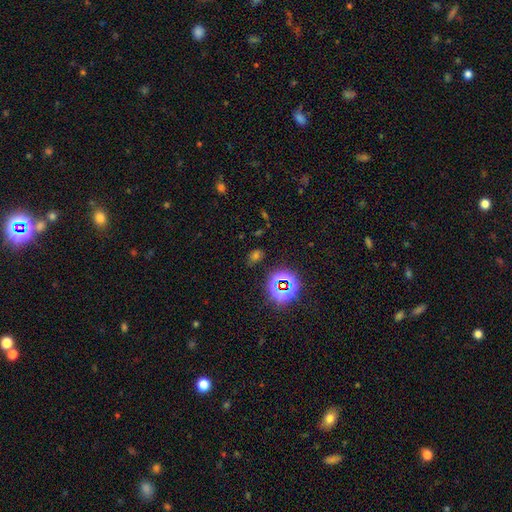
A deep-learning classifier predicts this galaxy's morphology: smooth_or_featured: star or artifact (p=0.52) [alt: smooth p=0.40]